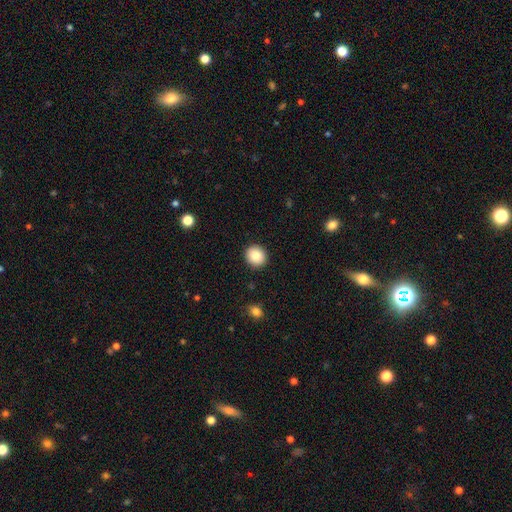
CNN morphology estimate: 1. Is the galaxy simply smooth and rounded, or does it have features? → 84% smooth, 9% star or artifact, 7% featured or disk.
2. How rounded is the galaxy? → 87% round, 12% in between, 1% cigar-shaped.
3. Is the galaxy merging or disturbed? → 92% none, 5% minor disturbance, 2% major disturbance, 1% merger.